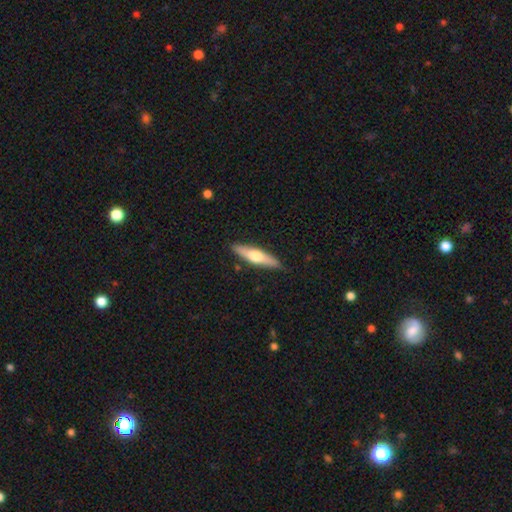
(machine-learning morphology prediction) Smooth or featured?
  - featured or disk: 48% *
  - smooth: 46%
  - star or artifact: 5%
Merging?
  - none: 87% *
  - minor disturbance: 10%
  - major disturbance: 2%
  - merger: 1%